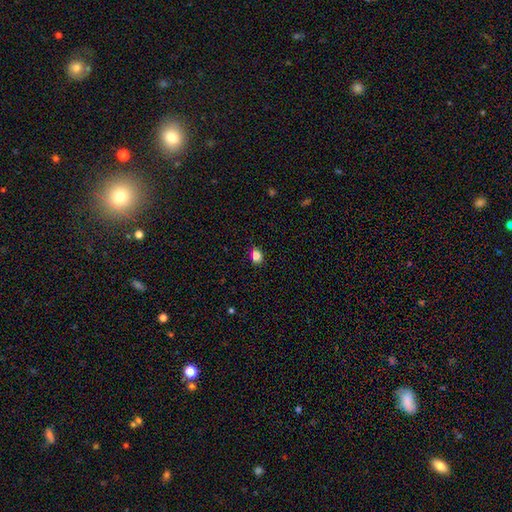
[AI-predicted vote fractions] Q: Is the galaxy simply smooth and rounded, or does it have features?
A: smooth — 82%.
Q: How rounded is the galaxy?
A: in between — 50%.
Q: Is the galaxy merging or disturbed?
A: none — 86%.